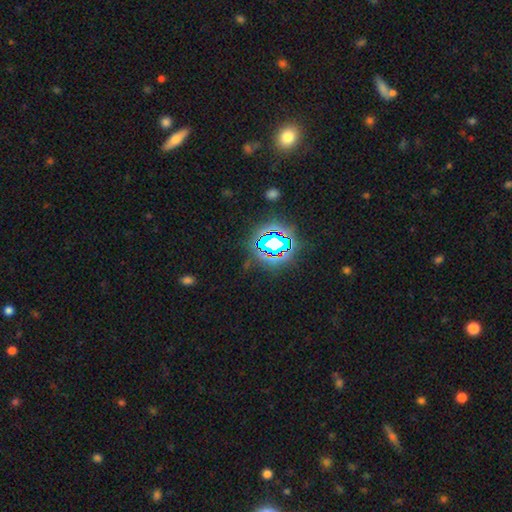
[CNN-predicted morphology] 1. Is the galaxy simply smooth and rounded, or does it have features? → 80% star or artifact, 13% smooth, 7% featured or disk.